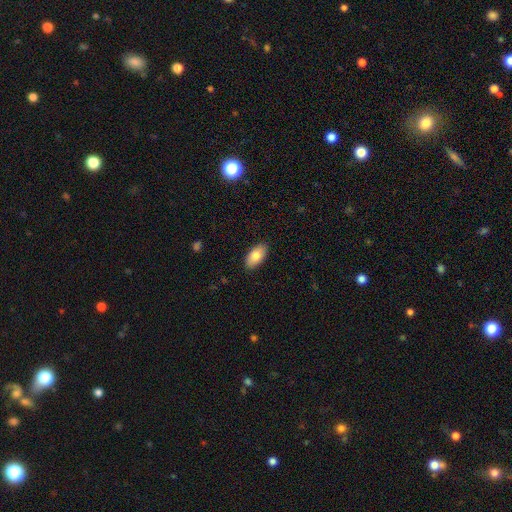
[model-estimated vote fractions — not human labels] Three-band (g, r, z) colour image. It shows a smooth galaxy with no disk features (82%) that is in between round and cigar-shaped (94%). Merging: none (88%).